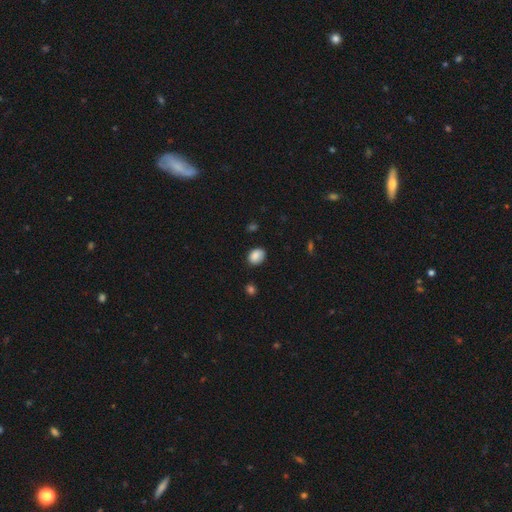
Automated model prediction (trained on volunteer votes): This is clearly a smooth galaxy (86%). How rounded: likely in between (63%). Merging: likely none (79%).